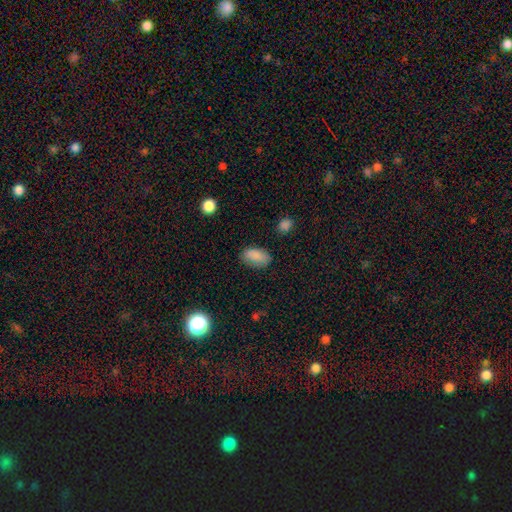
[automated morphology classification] Smooth or featured?
  - smooth: 86% *
  - star or artifact: 9%
  - featured or disk: 5%
How rounded?
  - in between: 93% *
  - round: 5%
  - cigar-shaped: 2%
Merging?
  - none: 77% *
  - minor disturbance: 17%
  - major disturbance: 4%
  - merger: 2%